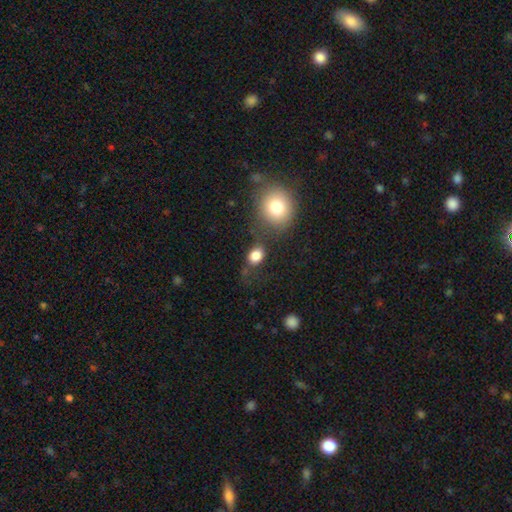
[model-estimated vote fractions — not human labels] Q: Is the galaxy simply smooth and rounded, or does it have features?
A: smooth — 83%.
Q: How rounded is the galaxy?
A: in between — 52%.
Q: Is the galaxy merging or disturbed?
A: none — 52%.